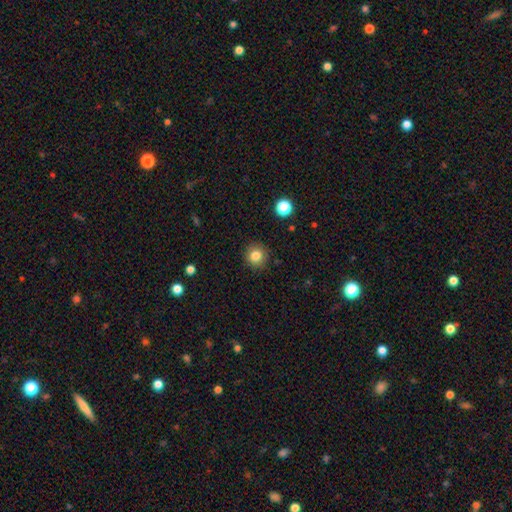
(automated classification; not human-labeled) A smooth galaxy with no disk features (82%) that is round (92%). Merging: none (90%).